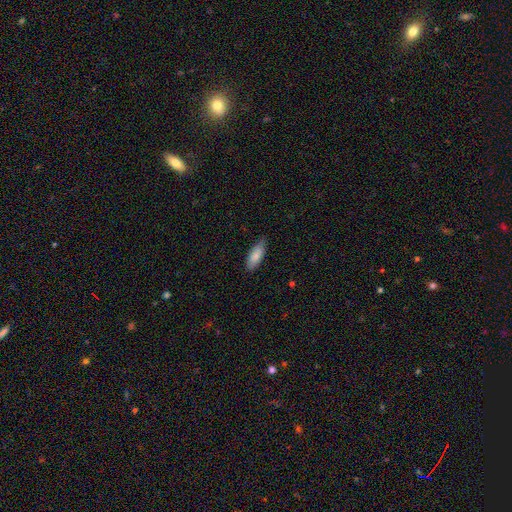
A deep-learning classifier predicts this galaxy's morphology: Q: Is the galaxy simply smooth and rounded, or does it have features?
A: smooth — 84%.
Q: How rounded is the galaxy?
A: in between — 74%.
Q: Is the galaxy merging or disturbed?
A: none — 75%.